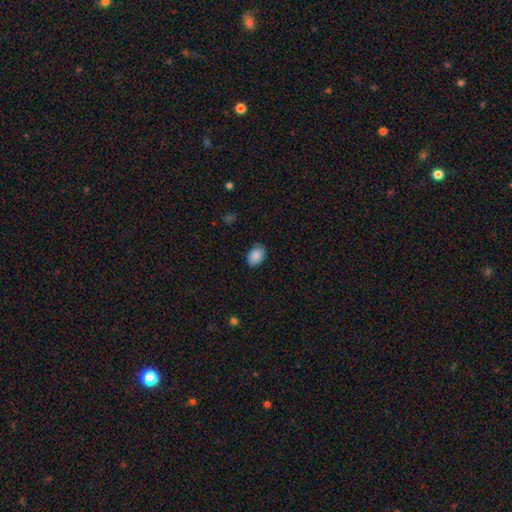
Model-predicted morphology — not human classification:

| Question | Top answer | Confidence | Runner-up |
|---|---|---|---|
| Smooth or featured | smooth | 88% | star or artifact (7%) |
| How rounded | in between | 85% | round (14%) |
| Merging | none | 82% | minor disturbance (14%) |